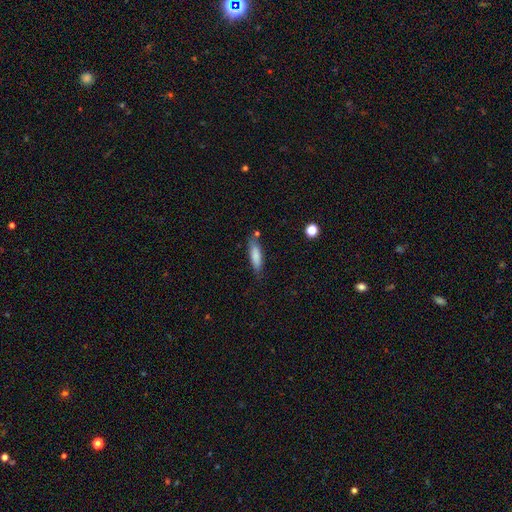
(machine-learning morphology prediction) Smooth or featured? smooth (82%)
How rounded? cigar-shaped (60%)
Merging? none (71%)